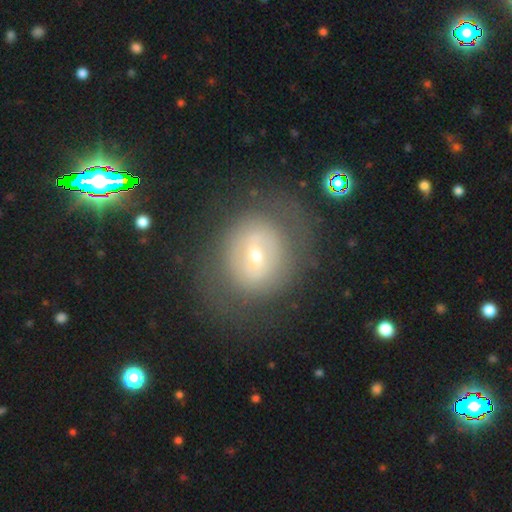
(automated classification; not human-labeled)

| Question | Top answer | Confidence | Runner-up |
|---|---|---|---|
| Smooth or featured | featured or disk | 55% | smooth (35%) |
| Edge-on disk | no | 94% | yes (6%) |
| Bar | weak | 45% | no (33%) |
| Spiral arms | no | 62% | yes (38%) |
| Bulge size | small | 58% | moderate (37%) |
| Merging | none | 72% | minor disturbance (16%) |